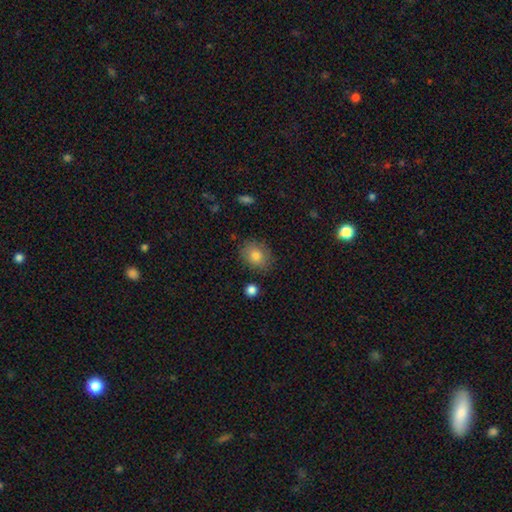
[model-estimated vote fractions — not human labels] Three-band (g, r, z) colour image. It shows a smooth galaxy with no disk features (82%) that is in between round and cigar-shaped (52%). Merging: none (83%).